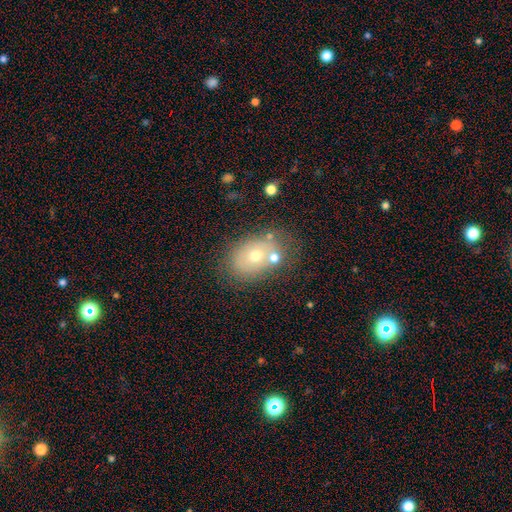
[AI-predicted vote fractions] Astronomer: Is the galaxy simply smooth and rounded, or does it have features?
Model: smooth — 57%.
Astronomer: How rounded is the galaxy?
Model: in between — 71%.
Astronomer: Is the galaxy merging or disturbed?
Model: none — 58%.